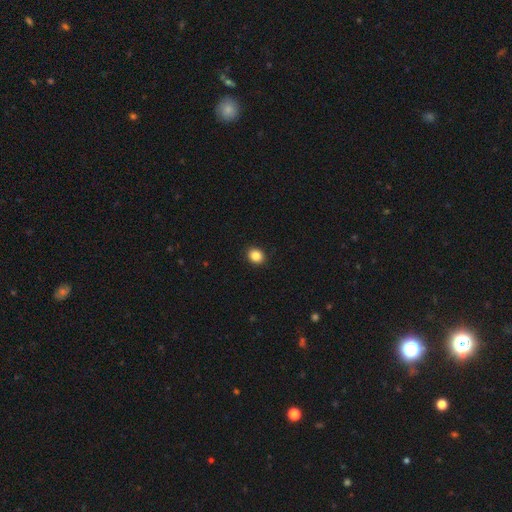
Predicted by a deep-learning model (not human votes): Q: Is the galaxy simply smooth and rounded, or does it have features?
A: smooth — 87%.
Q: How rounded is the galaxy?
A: round — 69%.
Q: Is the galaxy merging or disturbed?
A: none — 92%.